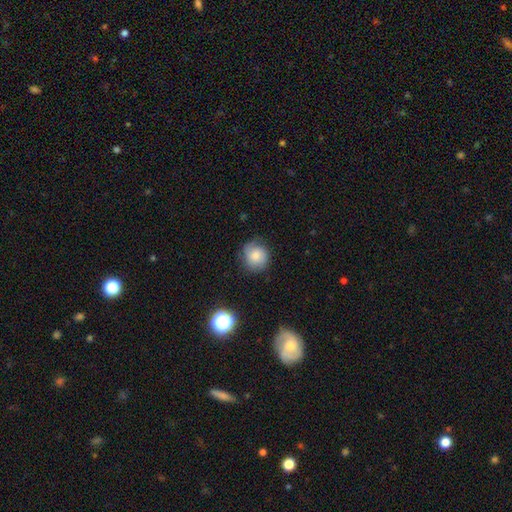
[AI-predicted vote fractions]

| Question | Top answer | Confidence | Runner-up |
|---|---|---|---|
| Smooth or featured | smooth | 70% | featured or disk (20%) |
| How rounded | round | 86% | in between (13%) |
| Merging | none | 74% | minor disturbance (20%) |